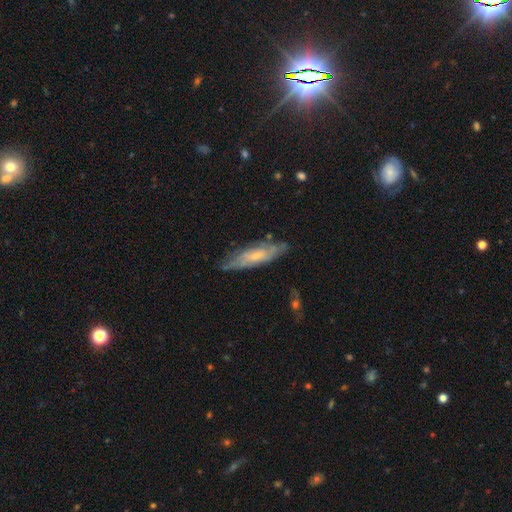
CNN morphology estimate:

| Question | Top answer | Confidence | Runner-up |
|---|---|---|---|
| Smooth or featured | featured or disk | 56% | smooth (38%) |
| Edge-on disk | no | 58% | yes (42%) |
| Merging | none | 71% | minor disturbance (21%) |